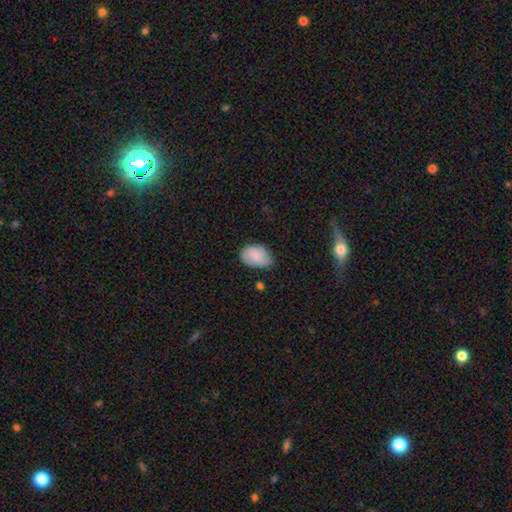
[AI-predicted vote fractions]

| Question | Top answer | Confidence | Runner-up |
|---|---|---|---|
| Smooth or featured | smooth | 81% | featured or disk (12%) |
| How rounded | in between | 84% | round (15%) |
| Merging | none | 57% | minor disturbance (34%) |